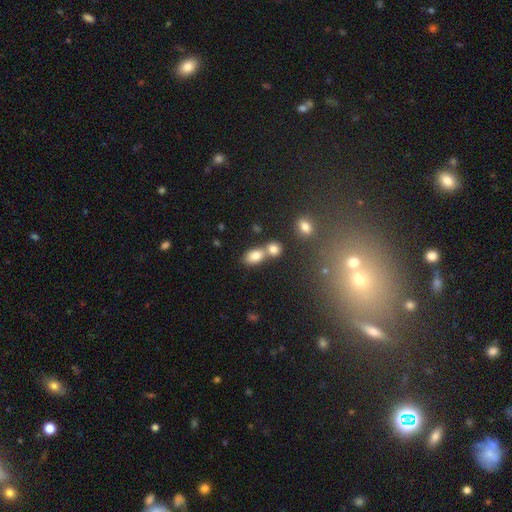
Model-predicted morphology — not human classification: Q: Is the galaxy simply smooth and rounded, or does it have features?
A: smooth — 81%.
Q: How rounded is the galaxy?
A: in between — 83%.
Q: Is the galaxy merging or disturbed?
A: merger — 45%.